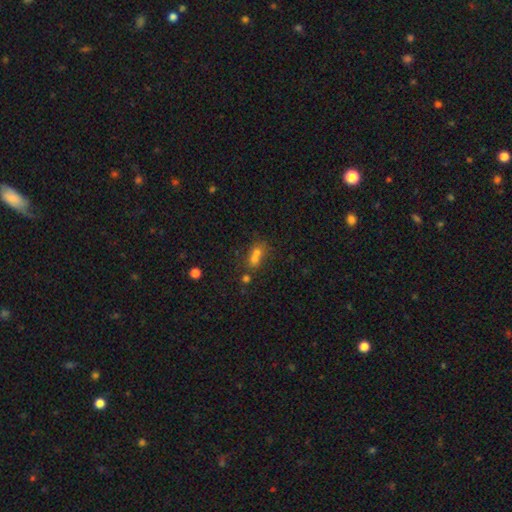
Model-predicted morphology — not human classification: A smooth galaxy with no disk features (64%) that is round (61%). Merging: merger (65%).